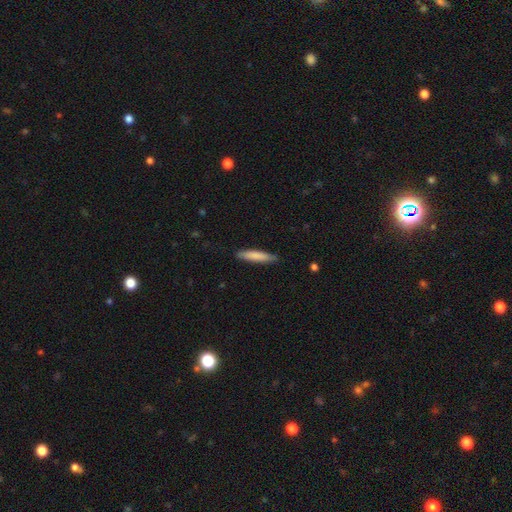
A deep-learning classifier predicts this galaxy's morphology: Smooth or featured? smooth (81%)
How rounded? cigar-shaped (87%)
Merging? none (87%)